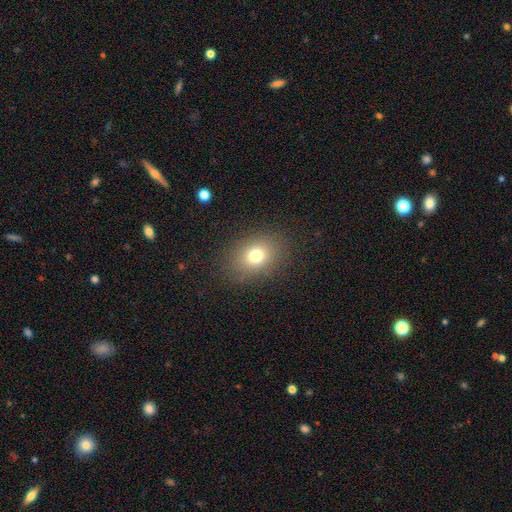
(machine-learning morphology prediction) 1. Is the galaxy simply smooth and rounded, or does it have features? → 75% smooth, 14% star or artifact, 11% featured or disk.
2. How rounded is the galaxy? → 58% in between, 41% round, 1% cigar-shaped.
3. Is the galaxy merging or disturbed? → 86% none, 9% minor disturbance, 4% major disturbance, 1% merger.